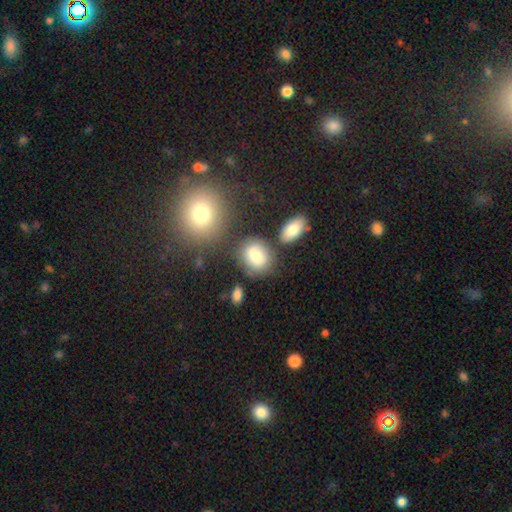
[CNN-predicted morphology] smooth-or-featured: smooth: 78% | featured or disk: 12% | star or artifact: 10%
  how-rounded: round: 50% | in between: 49% | cigar-shaped: 1%
  merging: none: 68% | minor disturbance: 16% | merger: 10% | major disturbance: 6%